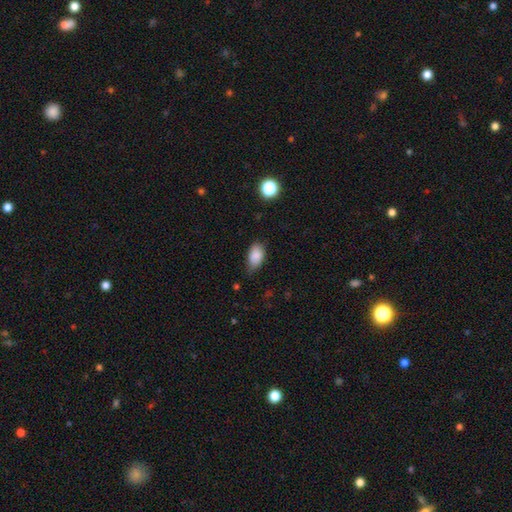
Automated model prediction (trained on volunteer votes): A smooth galaxy with no disk features (87%) that is in between round and cigar-shaped (91%).

Vote fractions:
- Smooth or featured? smooth: 87% / star or artifact: 8% / featured or disk: 5%
- How rounded? in between: 91% / round: 7% / cigar-shaped: 2%
- Merging? none: 65% / minor disturbance: 29% / major disturbance: 5% / merger: 2%